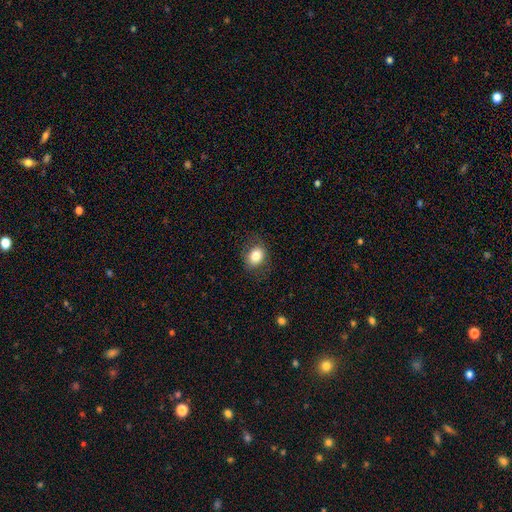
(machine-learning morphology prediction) Smooth or featured? Predicted: smooth (p=0.81). How rounded? Predicted: in between (p=0.61). Merging? Predicted: none (p=0.78).